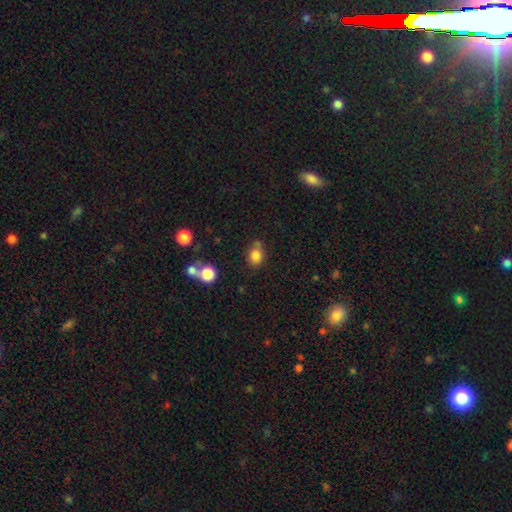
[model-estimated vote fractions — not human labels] A smooth galaxy with no disk features (82%) that is in between round and cigar-shaped (56%).

Vote fractions:
- Smooth or featured? smooth: 82% / star or artifact: 11% / featured or disk: 7%
- How rounded? in between: 56% / round: 43% / cigar-shaped: 1%
- Merging? none: 60% / minor disturbance: 22% / merger: 12% / major disturbance: 6%